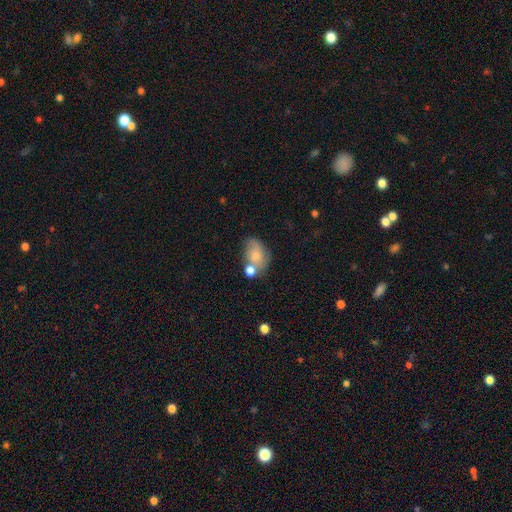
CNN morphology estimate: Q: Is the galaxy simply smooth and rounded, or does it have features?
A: smooth — 65%.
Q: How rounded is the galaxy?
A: in between — 73%.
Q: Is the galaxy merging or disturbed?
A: none — 36%.